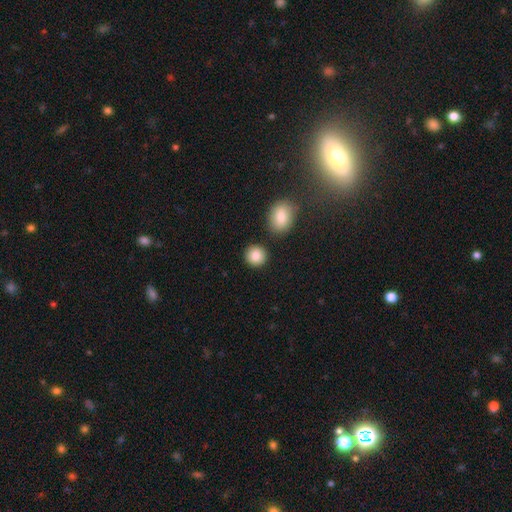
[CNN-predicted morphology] Smooth or featured? smooth (87%)
How rounded? round (89%)
Merging? none (87%)